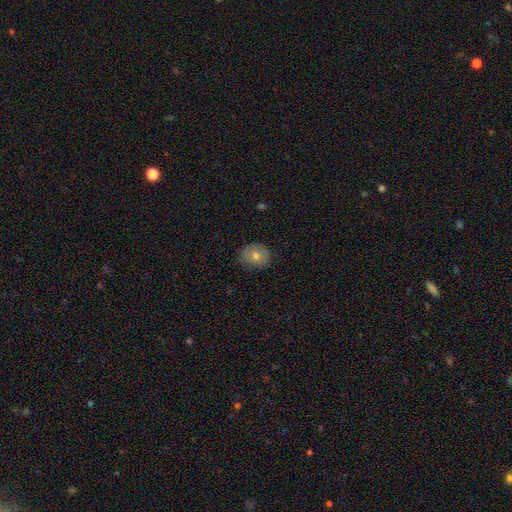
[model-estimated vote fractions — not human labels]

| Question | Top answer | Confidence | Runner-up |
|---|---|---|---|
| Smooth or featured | smooth | 65% | featured or disk (24%) |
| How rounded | round | 68% | in between (31%) |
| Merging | none | 83% | minor disturbance (13%) |